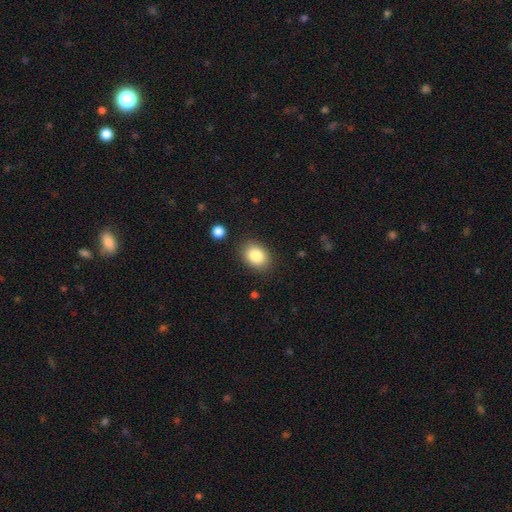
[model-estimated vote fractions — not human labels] Smooth or featured: smooth — 85% (star or artifact — 8%)
How rounded: in between — 63% (round — 36%)
Merging: none — 86% (minor disturbance — 9%)